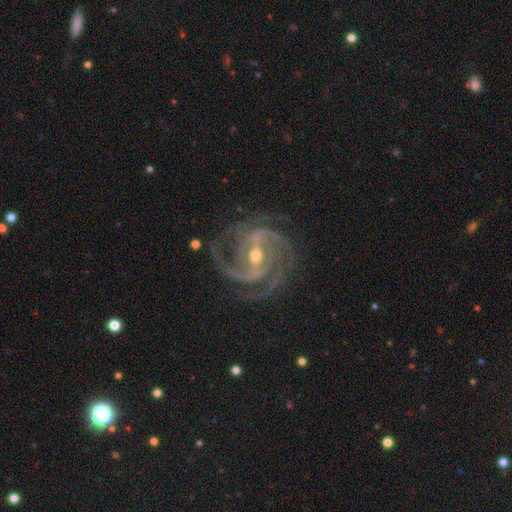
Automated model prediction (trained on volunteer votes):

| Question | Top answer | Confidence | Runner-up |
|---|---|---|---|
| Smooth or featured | featured or disk | 93% | star or artifact (5%) |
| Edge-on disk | no | 98% | yes (2%) |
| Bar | strong | 49% | weak (36%) |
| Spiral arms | yes | 99% | no (1%) |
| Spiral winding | tight | 47% | medium (46%) |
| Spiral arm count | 3 | 43% | 2 (25%) |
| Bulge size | moderate | 57% | small (39%) |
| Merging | none | 74% | minor disturbance (16%) |